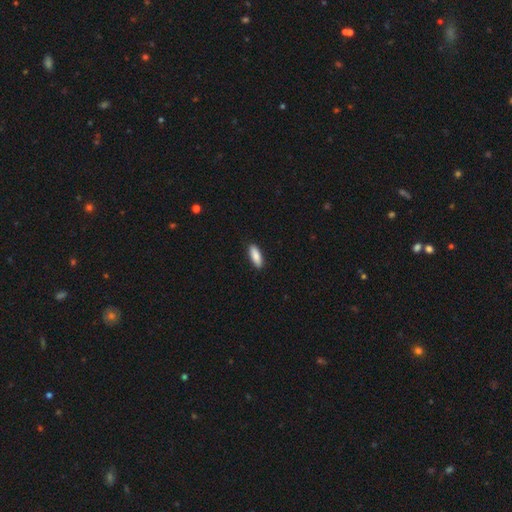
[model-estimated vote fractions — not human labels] A smooth galaxy with no disk features (88%) that is in between round and cigar-shaped (64%).

Vote fractions:
- Smooth or featured? smooth: 88% / featured or disk: 7% / star or artifact: 6%
- How rounded? in between: 64% / cigar-shaped: 34% / round: 2%
- Merging? none: 90% / minor disturbance: 8% / major disturbance: 2% / merger: 1%